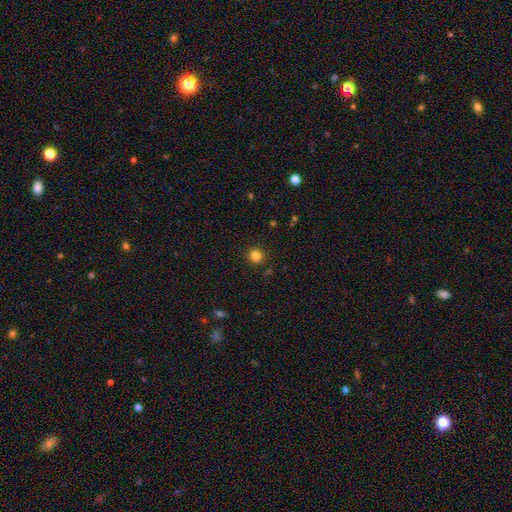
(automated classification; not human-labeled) Smooth or featured? Predicted: smooth (p=0.82). How rounded? Predicted: round (p=0.94). Merging? Predicted: none (p=0.91).